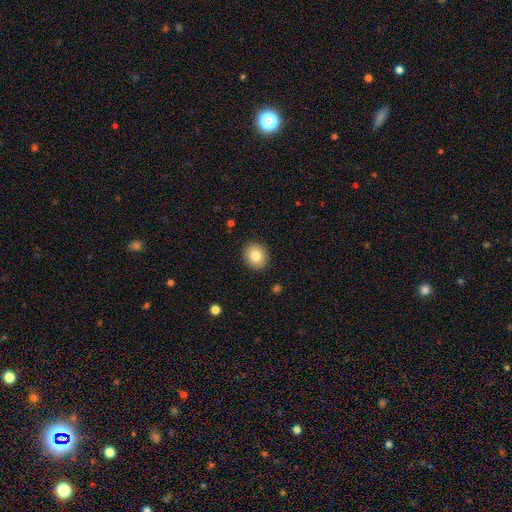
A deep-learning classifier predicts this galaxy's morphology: This appears to be a smooth galaxy with no disk features (82%) that is round (77%). Merging: none (90%).